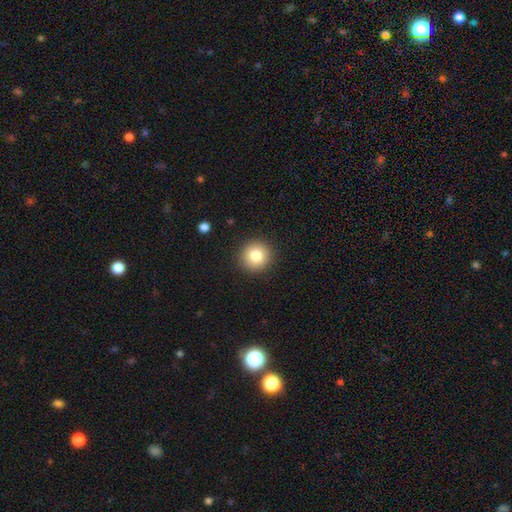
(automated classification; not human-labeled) A smooth galaxy with no disk features (82%) that is round (94%).

Vote fractions:
- Smooth or featured? smooth: 82% / star or artifact: 10% / featured or disk: 8%
- How rounded? round: 94% / in between: 5% / cigar-shaped: 1%
- Merging? none: 91% / minor disturbance: 6% / major disturbance: 2% / merger: 1%